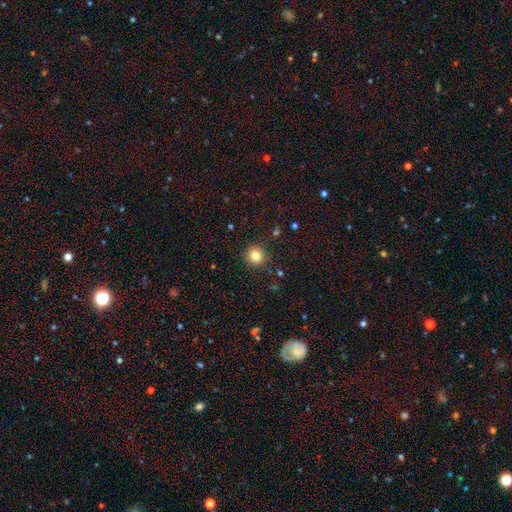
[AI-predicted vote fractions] Smooth or featured?
  - smooth: 82% *
  - star or artifact: 12%
  - featured or disk: 6%
How rounded?
  - round: 93% *
  - in between: 6%
  - cigar-shaped: 1%
Merging?
  - none: 91% *
  - minor disturbance: 6%
  - major disturbance: 2%
  - merger: 1%